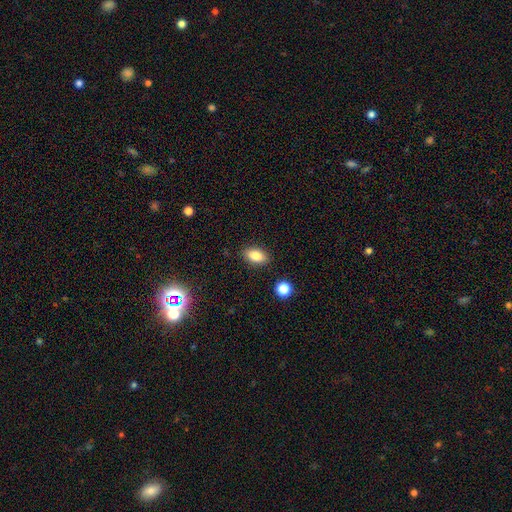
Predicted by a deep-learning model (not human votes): smooth 83%, star or artifact 9%, featured or disk 8%. Down the decision tree: how rounded — in between (89%); merging — none (87%).